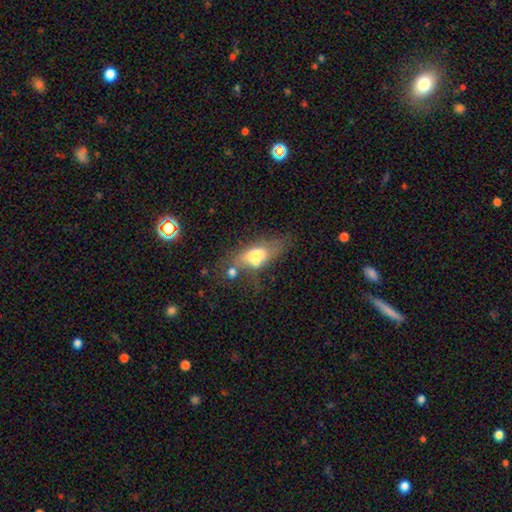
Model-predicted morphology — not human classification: The model was most divided on "merging" (2-way tie): merger: 30%, none: 30%, major disturbance: 20%, minor disturbance: 19%. More confident: how rounded — in between (76%); smooth or featured — smooth (56%).